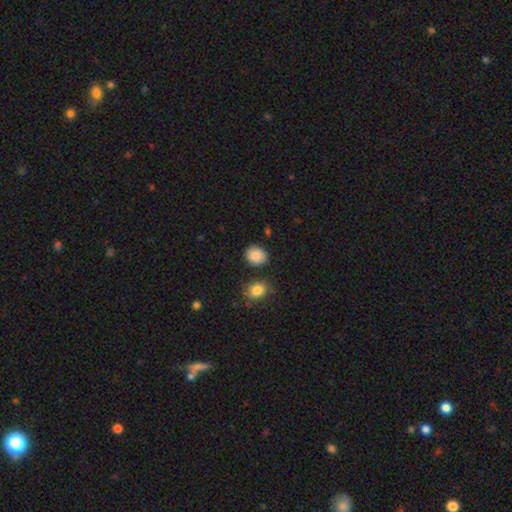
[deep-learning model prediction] Smooth or featured?
  - smooth: 87% *
  - star or artifact: 8%
  - featured or disk: 4%
How rounded?
  - round: 63% *
  - in between: 36%
  - cigar-shaped: 1%
Merging?
  - none: 84% *
  - minor disturbance: 10%
  - merger: 4%
  - major disturbance: 3%